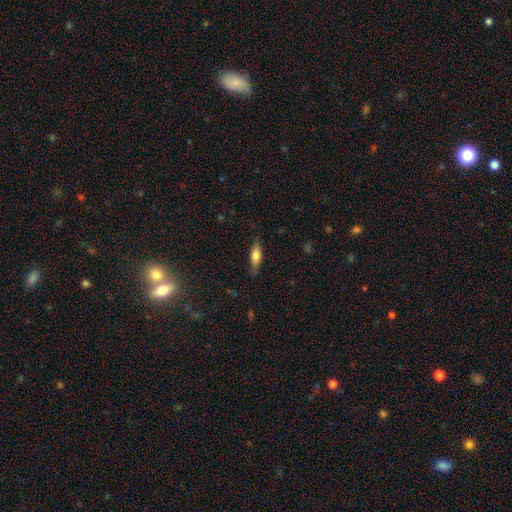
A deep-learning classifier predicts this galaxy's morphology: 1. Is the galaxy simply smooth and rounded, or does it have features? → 61% smooth, 32% featured or disk, 7% star or artifact.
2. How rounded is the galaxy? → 55% in between, 42% cigar-shaped, 3% round.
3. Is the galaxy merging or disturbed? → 80% none, 15% minor disturbance, 3% major disturbance, 1% merger.